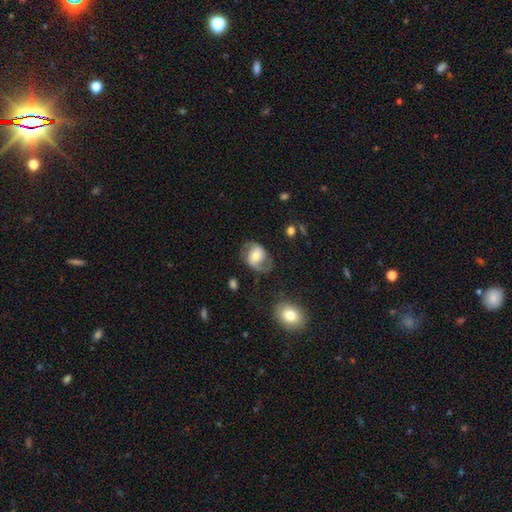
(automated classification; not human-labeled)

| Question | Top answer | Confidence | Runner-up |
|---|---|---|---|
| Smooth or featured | featured or disk | 69% | smooth (25%) |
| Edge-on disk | no | 97% | yes (3%) |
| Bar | no | 45% | weak (38%) |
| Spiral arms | yes | 89% | no (11%) |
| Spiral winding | medium | 47% | loose (33%) |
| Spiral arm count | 2 | 86% | can't tell (6%) |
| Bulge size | moderate | 61% | small (24%) |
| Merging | none | 68% | minor disturbance (19%) |